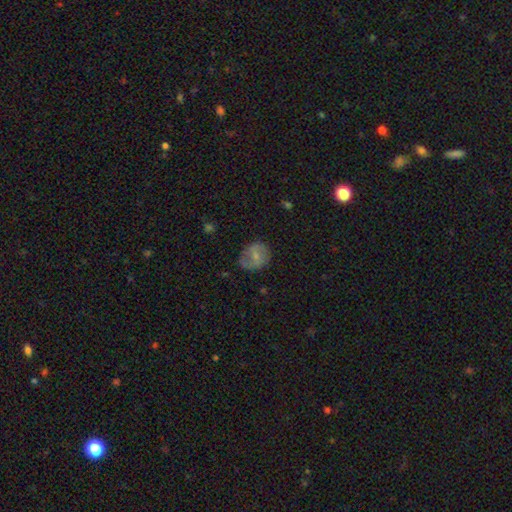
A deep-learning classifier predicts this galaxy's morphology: type=smooth (55%); roundness=round (58%); merging=none (68%).